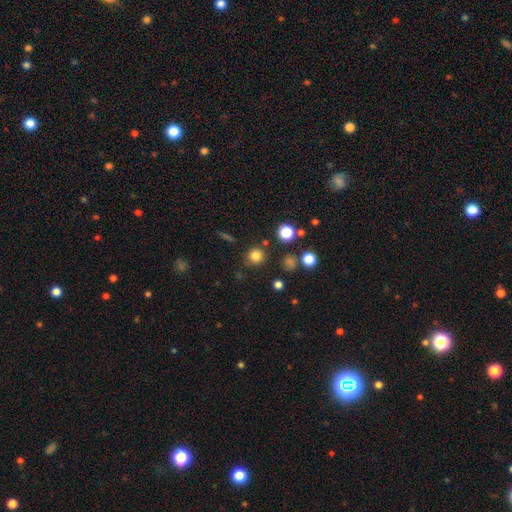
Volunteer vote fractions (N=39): A smooth galaxy with no disk features (79%) that is round (100%). Merging: none (77%).